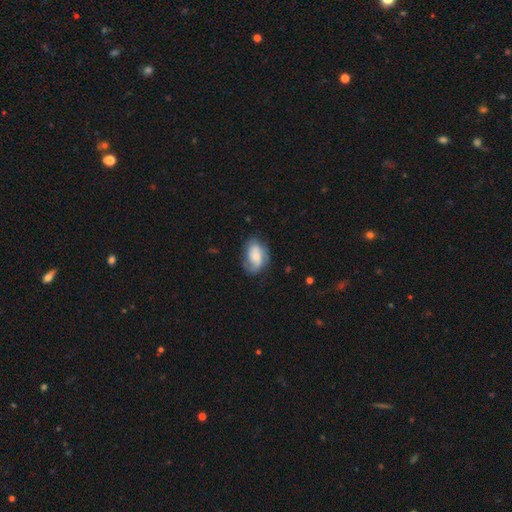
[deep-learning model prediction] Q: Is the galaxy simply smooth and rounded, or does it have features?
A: featured or disk — 50%.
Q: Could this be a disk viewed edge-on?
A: no — 96%.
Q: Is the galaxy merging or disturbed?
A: none — 60%.